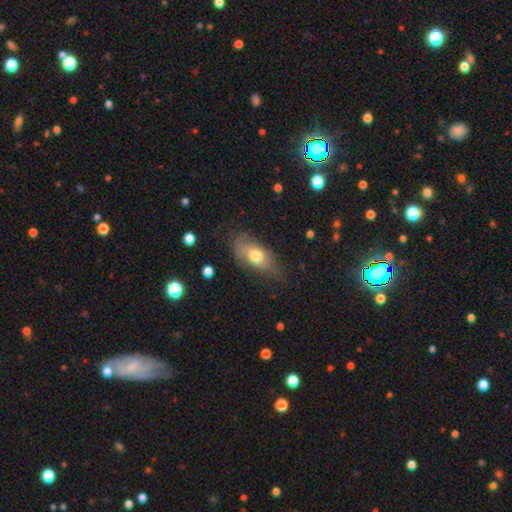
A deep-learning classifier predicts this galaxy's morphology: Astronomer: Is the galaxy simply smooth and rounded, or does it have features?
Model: smooth — 64%.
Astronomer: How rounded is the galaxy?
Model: in between — 87%.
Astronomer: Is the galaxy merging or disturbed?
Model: none — 54% (runner-up: minor disturbance, 30%).